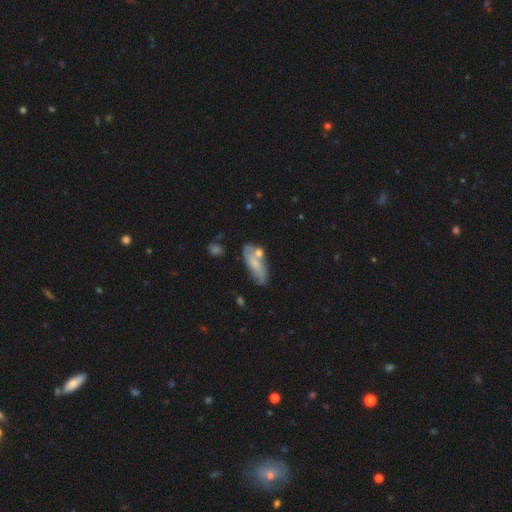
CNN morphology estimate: The model was most divided on "smooth or featured": smooth: 60%, featured or disk: 33%, star or artifact: 7%. More confident: how rounded — in between (75%); merging — none (53%).